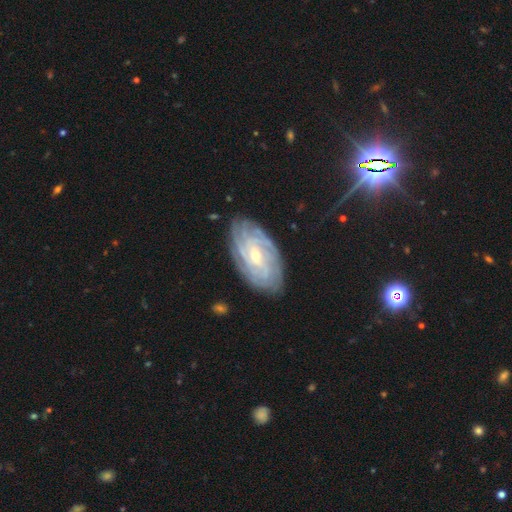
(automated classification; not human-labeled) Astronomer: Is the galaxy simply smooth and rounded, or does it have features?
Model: featured or disk — 86%.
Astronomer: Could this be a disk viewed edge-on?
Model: no — 95%.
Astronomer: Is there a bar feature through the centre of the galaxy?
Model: weak — 44% (runner-up: no, 39%).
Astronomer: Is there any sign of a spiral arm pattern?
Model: yes — 96%.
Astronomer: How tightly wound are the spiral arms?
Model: tight — 78%.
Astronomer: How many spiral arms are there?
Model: can't tell — 35% (runner-up: 4, 23%).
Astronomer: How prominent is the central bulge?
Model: small — 60% (runner-up: moderate, 37%).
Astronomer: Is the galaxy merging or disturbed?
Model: none — 82%.